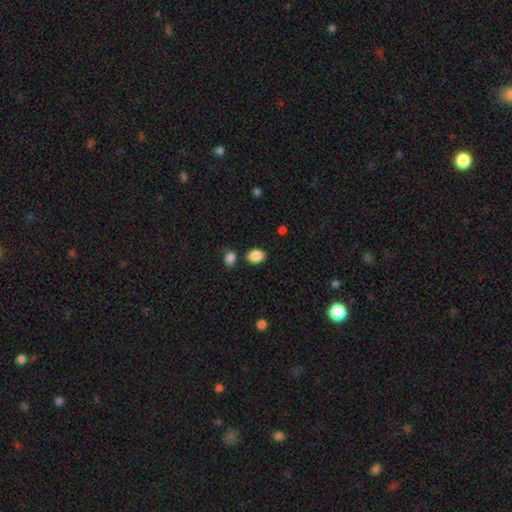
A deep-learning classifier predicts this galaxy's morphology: smooth 88%, star or artifact 8%, featured or disk 4%. Down the decision tree: how rounded — in between (68%); merging — none (80%).